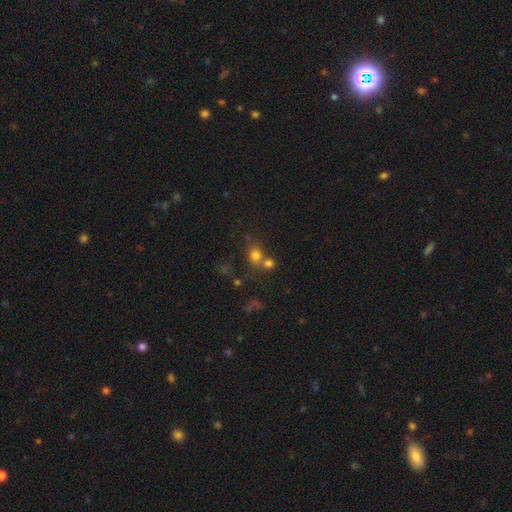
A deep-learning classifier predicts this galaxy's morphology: Smooth or featured: smooth — 75% (star or artifact — 16%)
How rounded: round — 79% (in between — 20%)
Merging: none — 50% (merger — 37%)